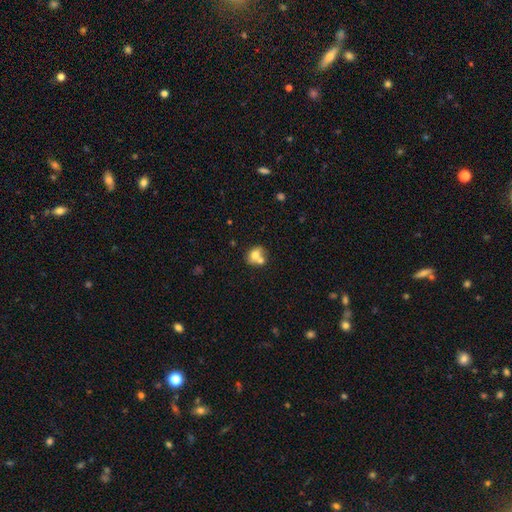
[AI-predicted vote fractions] This appears to be a smooth galaxy with no disk features (72%) that is round (52%). Merging: merger (45%).